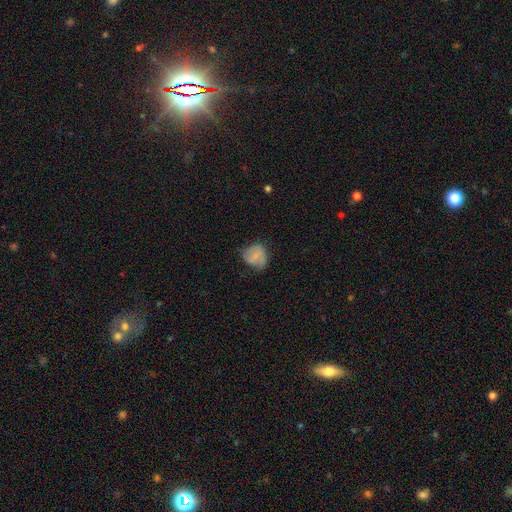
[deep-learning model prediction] Q: Smooth or featured?
A: smooth (61%); runner-up: featured or disk (30%)
Q: How rounded?
A: round (67%); runner-up: in between (32%)
Q: Merging?
A: none (47%); runner-up: minor disturbance (35%)